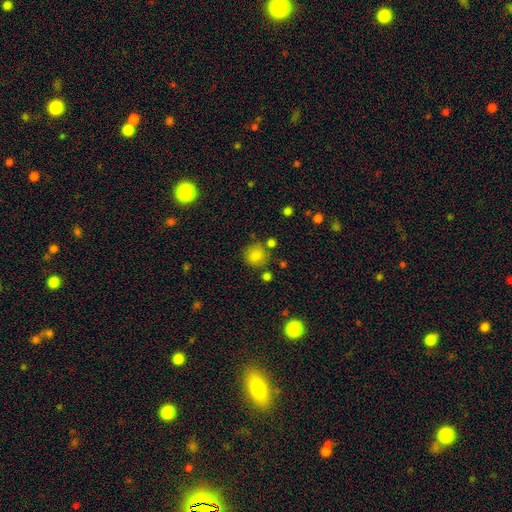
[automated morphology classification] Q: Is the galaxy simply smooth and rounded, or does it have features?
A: smooth — 82%.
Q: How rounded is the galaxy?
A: round — 89%.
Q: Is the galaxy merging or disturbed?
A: none — 76%.